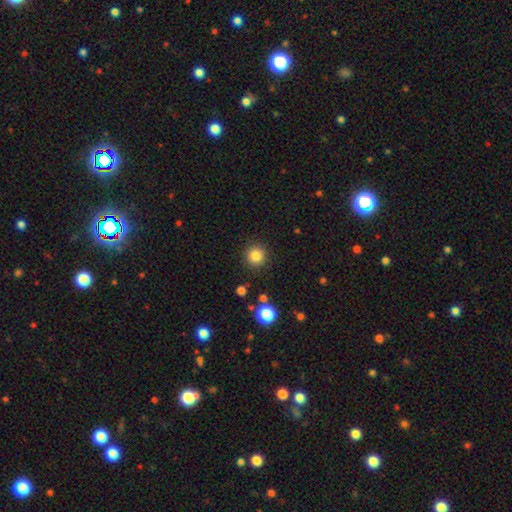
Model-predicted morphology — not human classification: smooth_or_featured: smooth (p=0.84) [alt: star or artifact p=0.11]
how_rounded: round (p=0.94) [alt: in between p=0.05]
merging: none (p=0.90) [alt: minor disturbance p=0.06]